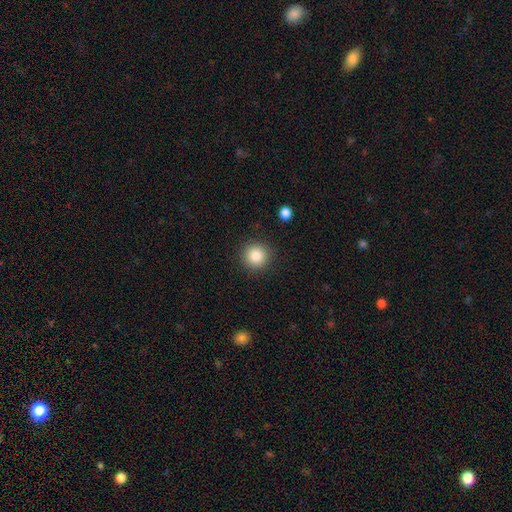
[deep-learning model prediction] smooth_or_featured: smooth (p=0.85) [alt: star or artifact p=0.10]
how_rounded: round (p=0.94) [alt: in between p=0.05]
merging: none (p=0.90) [alt: minor disturbance p=0.06]